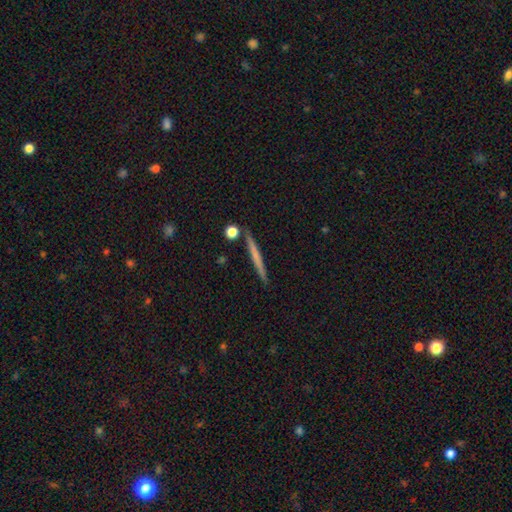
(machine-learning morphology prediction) Smooth or featured? smooth (54%)
How rounded? cigar-shaped (95%)
Merging? none (88%)